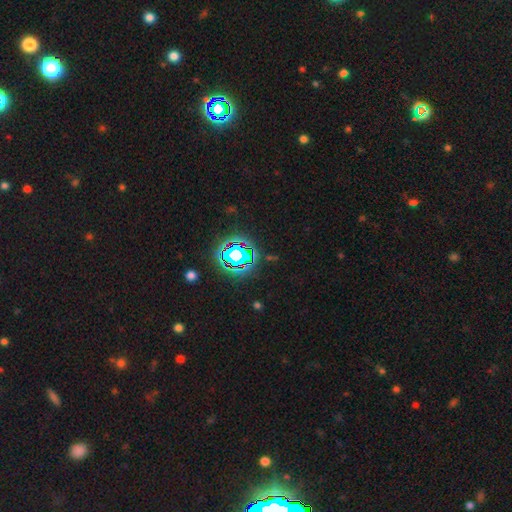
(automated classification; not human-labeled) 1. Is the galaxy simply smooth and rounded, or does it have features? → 79% star or artifact, 13% smooth, 8% featured or disk.